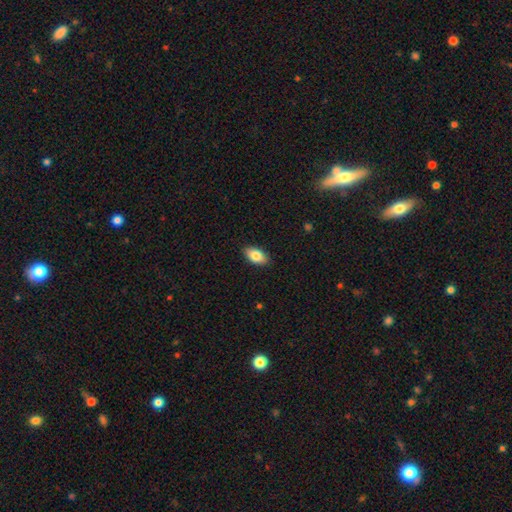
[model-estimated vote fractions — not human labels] Overall: smooth (83%). How rounded: in between (93%). Merging: none (89%).